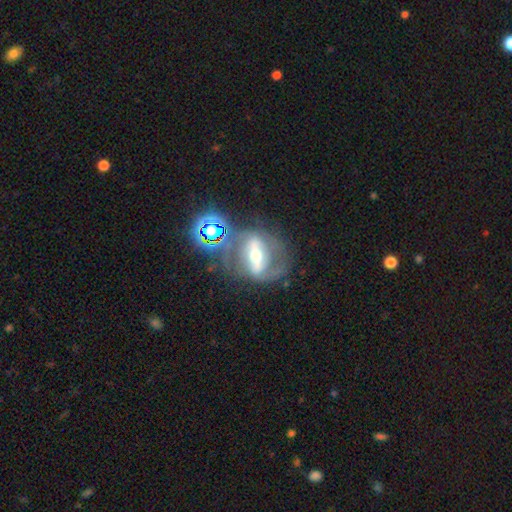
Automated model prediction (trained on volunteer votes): Smooth or featured: featured or disk — 77% (smooth — 12%)
Edge-on disk: no — 88% (yes — 12%)
Bar: strong — 69% (weak — 19%)
Spiral arms: yes — 69% (no — 31%)
Bulge size: moderate — 68% (small — 21%)
Merging: none — 57% (minor disturbance — 17%)